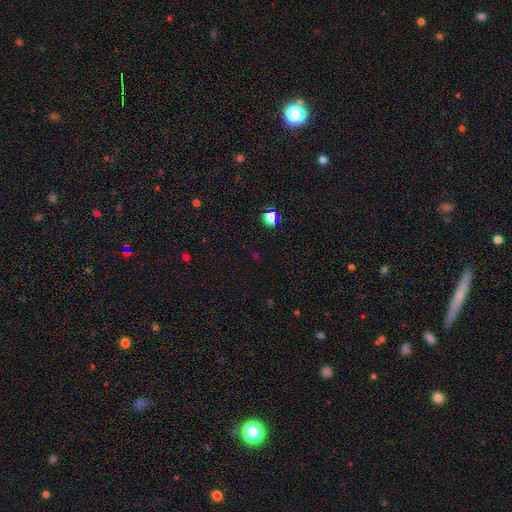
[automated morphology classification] This appears to be a star or artifact, not a galaxy (58%).